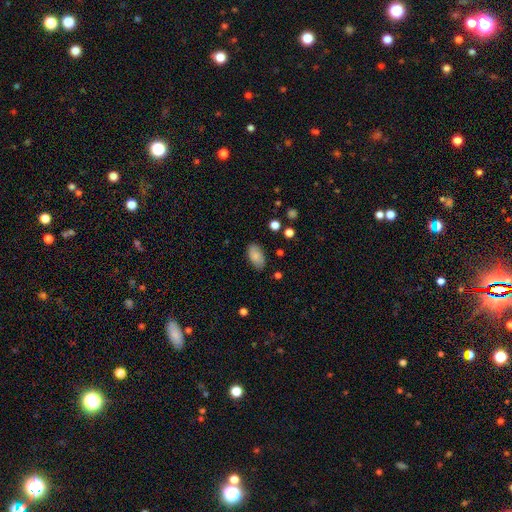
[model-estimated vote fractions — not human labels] smooth-or-featured: smooth: 81% | featured or disk: 12% | star or artifact: 8%
  how-rounded: in between: 94% | round: 4% | cigar-shaped: 2%
  merging: none: 82% | minor disturbance: 14% | major disturbance: 3% | merger: 1%